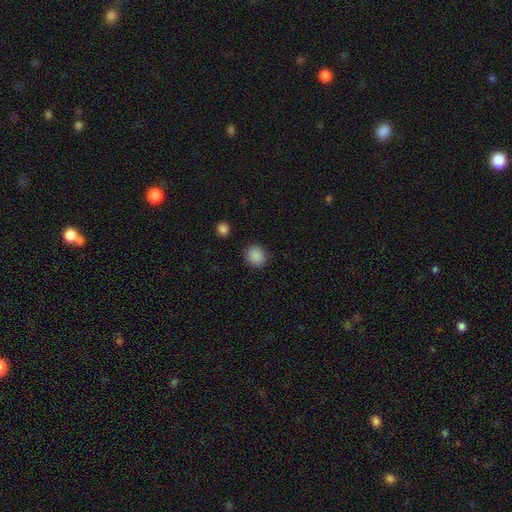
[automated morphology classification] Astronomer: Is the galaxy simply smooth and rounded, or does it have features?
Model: smooth — 88%.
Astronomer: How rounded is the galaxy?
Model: round — 80%.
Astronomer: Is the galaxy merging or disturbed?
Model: none — 88%.